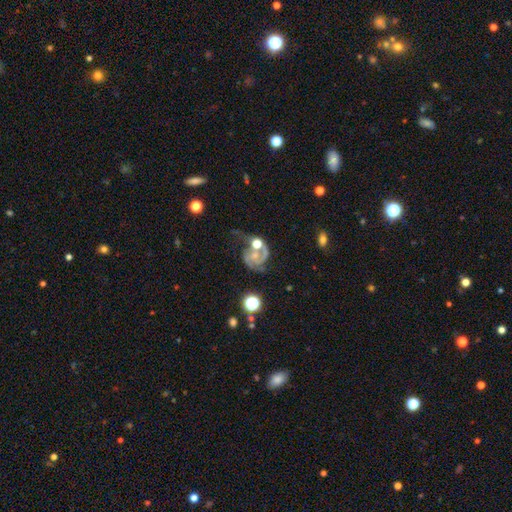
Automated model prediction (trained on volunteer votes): Smooth or featured: featured or disk — 79% (smooth — 13%)
Edge-on disk: no — 98% (yes — 2%)
Bar: no — 71% (weak — 23%)
Spiral arms: yes — 92% (no — 8%)
Spiral winding: medium — 44% (tight — 33%)
Spiral arm count: 2 — 59% (1 — 25%)
Bulge size: moderate — 43% (small — 38%)
Merging: merger — 29% (tied with none — 29%)